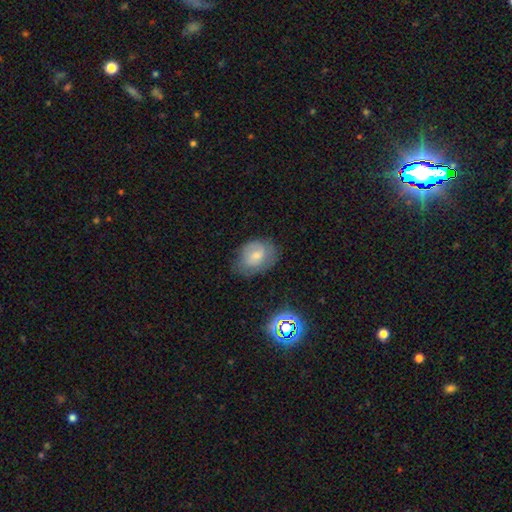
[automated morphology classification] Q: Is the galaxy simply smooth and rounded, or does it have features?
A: smooth — 63%.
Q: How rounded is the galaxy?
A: in between — 65%.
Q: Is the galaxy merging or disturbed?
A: none — 60%.